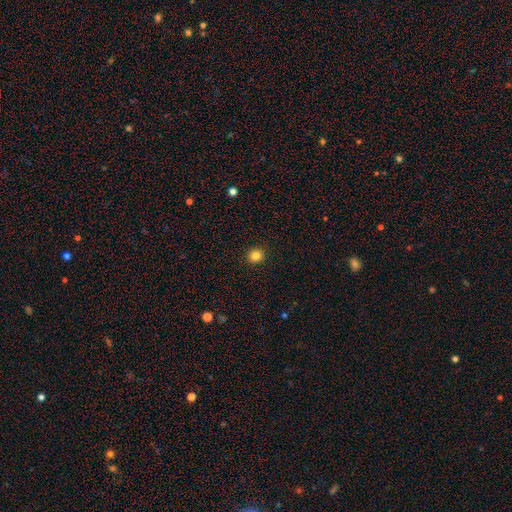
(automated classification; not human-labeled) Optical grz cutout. It shows a smooth galaxy with no disk features (84%) that is round (89%). Merging: none (93%).